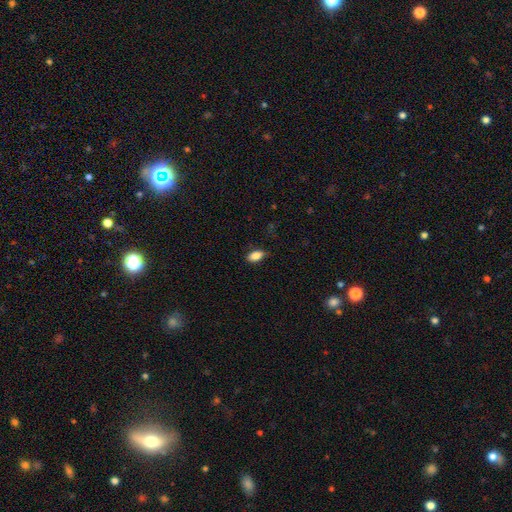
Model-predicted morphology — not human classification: Overall: smooth (85%). How rounded: in between (90%). Merging: none (82%).